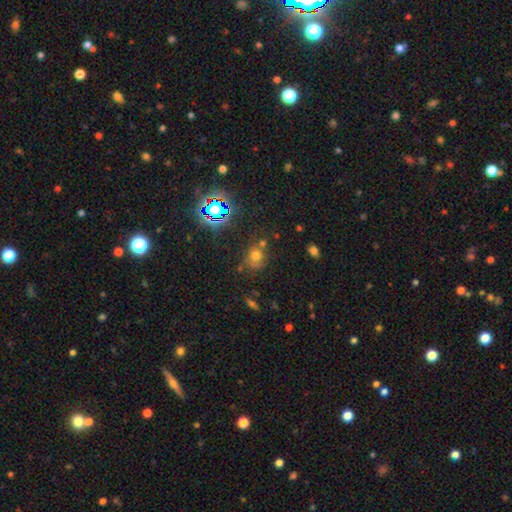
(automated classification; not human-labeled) A smooth galaxy with no disk features (59%) that is round (67%).

Vote fractions:
- Smooth or featured? smooth: 59% / star or artifact: 27% / featured or disk: 15%
- How rounded? round: 67% / in between: 31% / cigar-shaped: 1%
- Merging? none: 57% / minor disturbance: 19% / merger: 15% / major disturbance: 9%